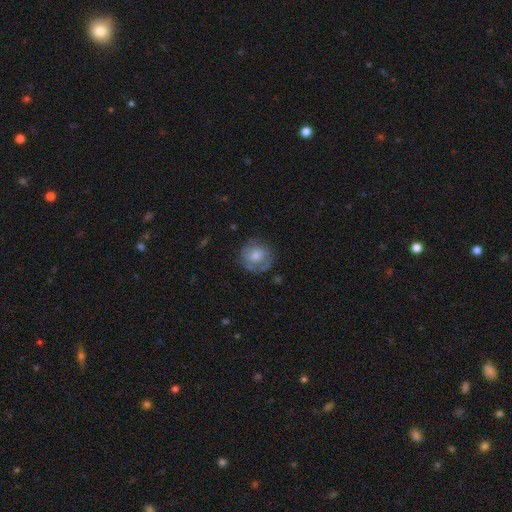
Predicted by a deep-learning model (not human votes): smooth-or-featured: smooth: 58% | featured or disk: 34% | star or artifact: 7%
  how-rounded: round: 86% | in between: 13% | cigar-shaped: 1%
  merging: none: 68% | minor disturbance: 20% | major disturbance: 10% | merger: 2%